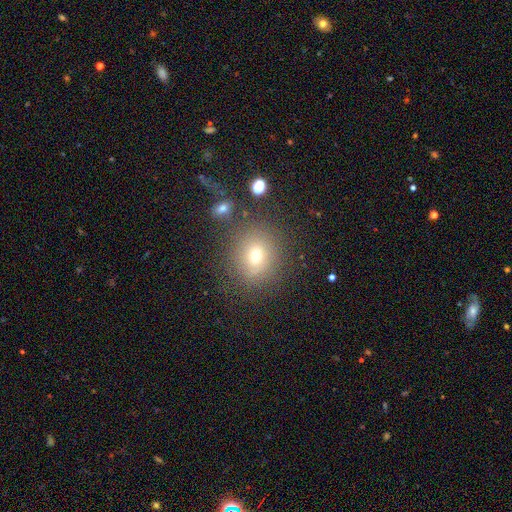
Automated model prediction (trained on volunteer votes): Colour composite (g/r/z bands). It shows a smooth galaxy with no disk features (67%) that is round (78%). Merging: none (77%).